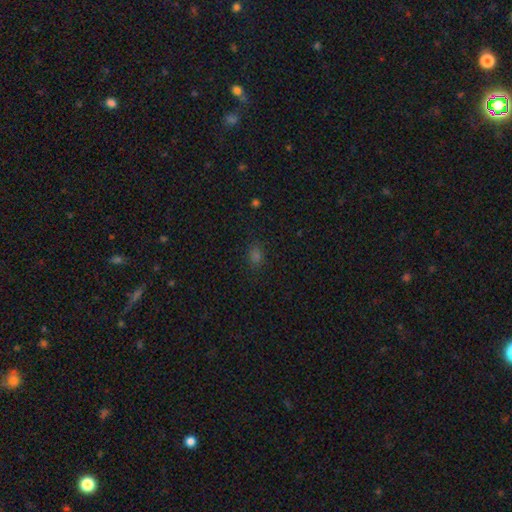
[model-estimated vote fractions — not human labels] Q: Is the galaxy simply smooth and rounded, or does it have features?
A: smooth — 70%.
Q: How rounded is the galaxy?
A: in between — 51%.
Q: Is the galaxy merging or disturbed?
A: none — 85%.